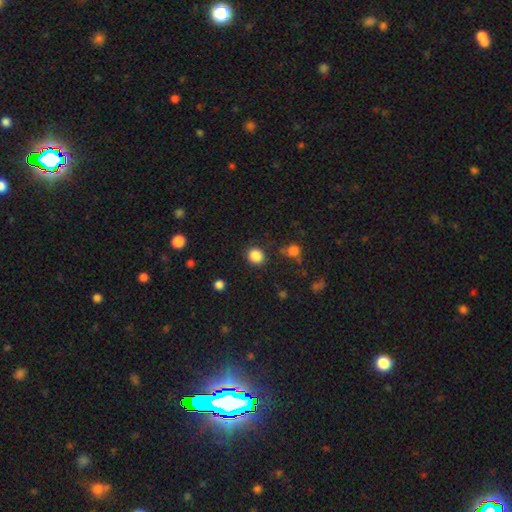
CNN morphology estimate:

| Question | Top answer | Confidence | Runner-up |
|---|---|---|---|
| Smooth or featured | smooth | 86% | star or artifact (11%) |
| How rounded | round | 76% | in between (23%) |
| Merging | none | 86% | minor disturbance (9%) |